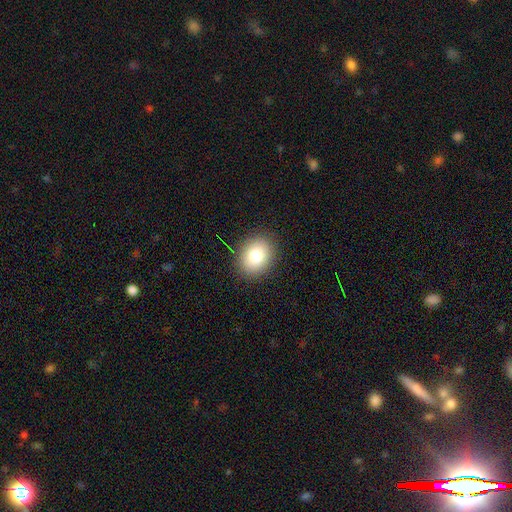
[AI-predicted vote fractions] The model was most divided on "how rounded": in between: 53%, round: 46%, cigar-shaped: 1%. More confident: merging — none (88%); smooth or featured — smooth (81%).